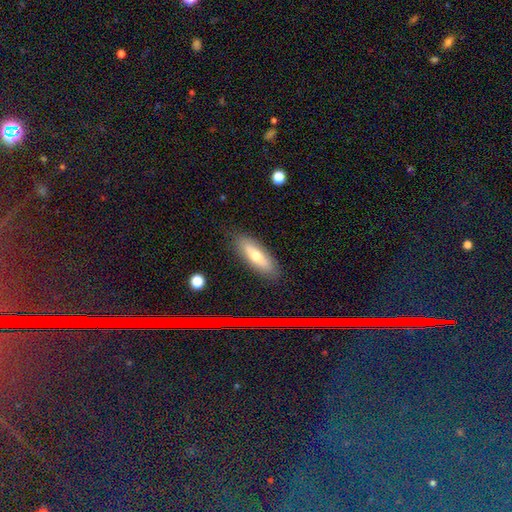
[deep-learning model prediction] Overall: smooth (62%; featured or disk 29%). How rounded: in between (54%; cigar-shaped 44%). Merging: none (85%).